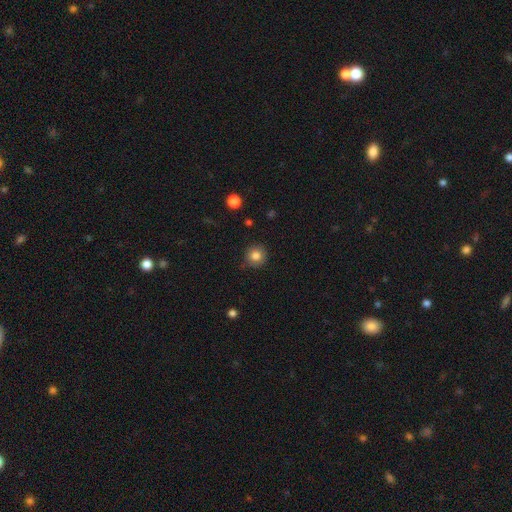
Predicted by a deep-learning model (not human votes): A smooth galaxy with no disk features (82%) that is round (93%). Merging: none (86%).